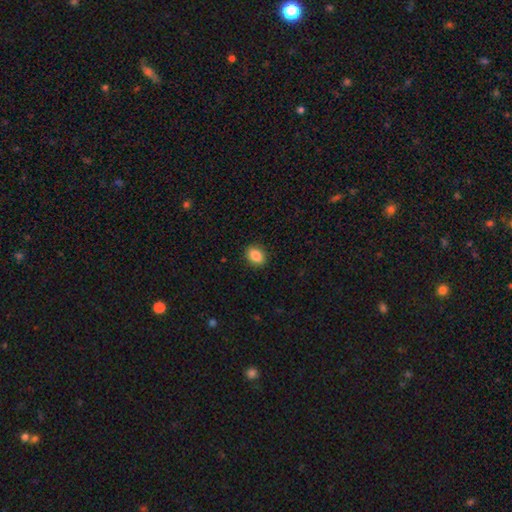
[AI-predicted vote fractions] smooth-or-featured: smooth: 87% | star or artifact: 8% | featured or disk: 4%
  how-rounded: in between: 69% | round: 30% | cigar-shaped: 1%
  merging: none: 90% | minor disturbance: 7% | major disturbance: 2% | merger: 1%